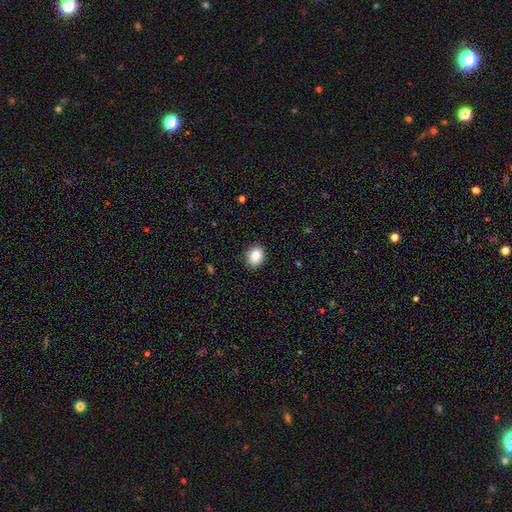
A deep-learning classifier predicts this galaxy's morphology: smooth-or-featured: smooth: 86% | star or artifact: 9% | featured or disk: 6%
  how-rounded: in between: 54% | round: 45% | cigar-shaped: 1%
  merging: none: 89% | minor disturbance: 8% | major disturbance: 2% | merger: 1%